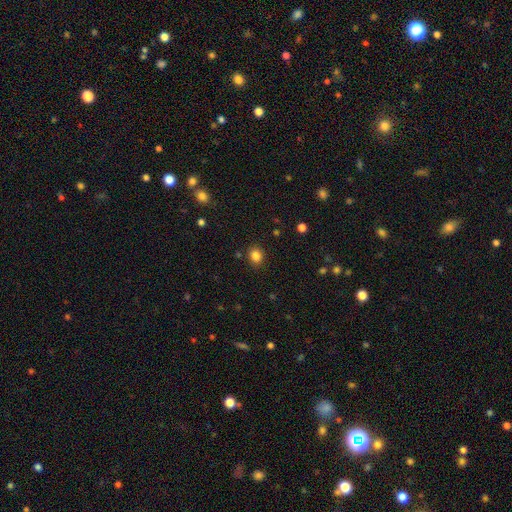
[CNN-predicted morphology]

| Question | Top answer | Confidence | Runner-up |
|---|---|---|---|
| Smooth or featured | smooth | 84% | star or artifact (12%) |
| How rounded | round | 68% | in between (31%) |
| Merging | none | 88% | minor disturbance (8%) |